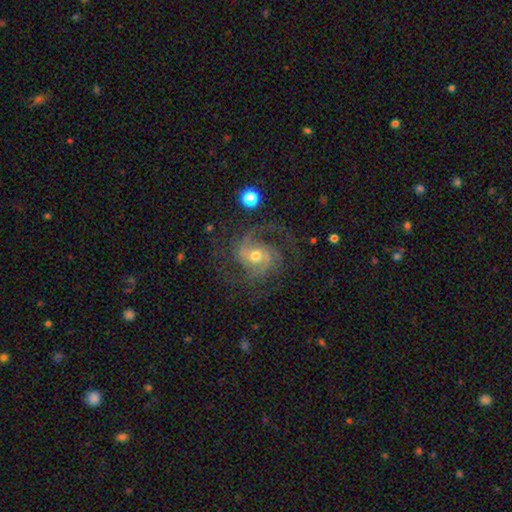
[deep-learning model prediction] Smooth or featured? featured or disk (89%)
Edge-on disk? no (98%)
Bar? no (55%)
Spiral arms? yes (97%)
Spiral winding? medium (53%)
Spiral arm count? 2 (45%)
Bulge size? moderate (58%)
Merging? none (66%)